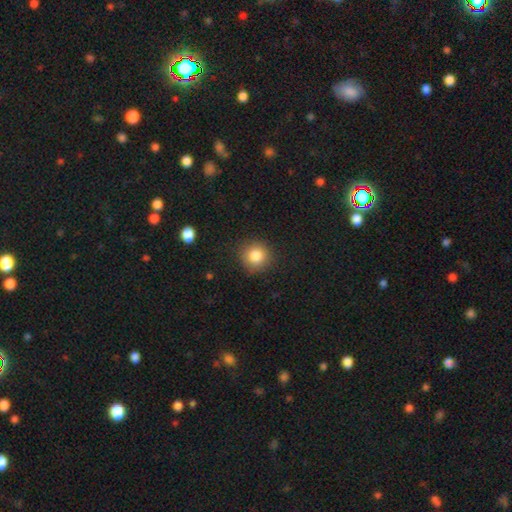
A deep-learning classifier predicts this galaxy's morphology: Smooth or featured? Predicted: smooth (p=0.83). How rounded? Predicted: round (p=0.92). Merging? Predicted: none (p=0.88).